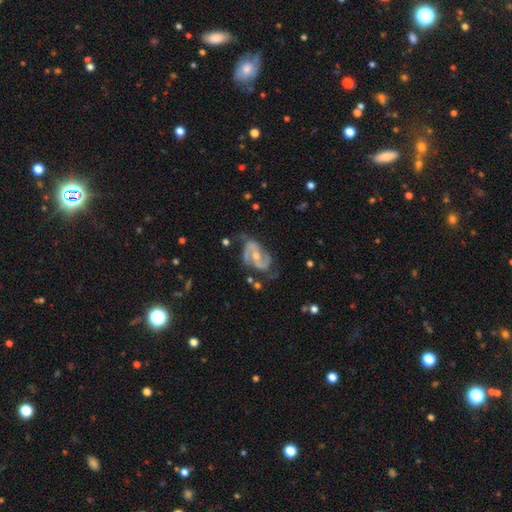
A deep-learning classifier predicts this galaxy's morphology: Smooth or featured? featured or disk (85%)
Edge-on disk? no (96%)
Bar? weak (37%)
Spiral arms? yes (93%)
Spiral winding? medium (48%)
Spiral arm count? 2 (84%)
Bulge size? moderate (61%)
Merging? none (57%)